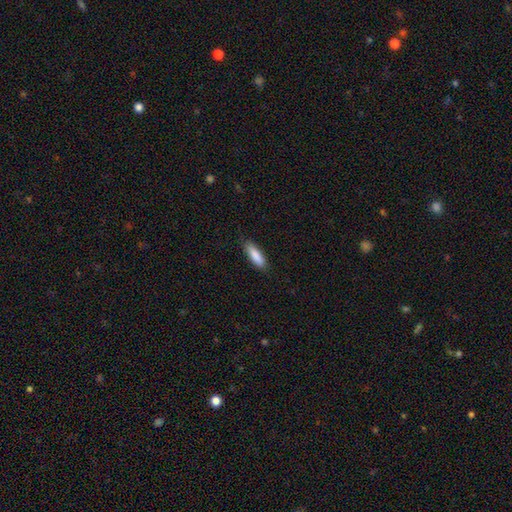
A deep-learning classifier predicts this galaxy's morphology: Smooth or featured: smooth — 88% (featured or disk — 6%)
How rounded: cigar-shaped — 49% (tied with in between — 49%)
Merging: none — 85% (minor disturbance — 12%)